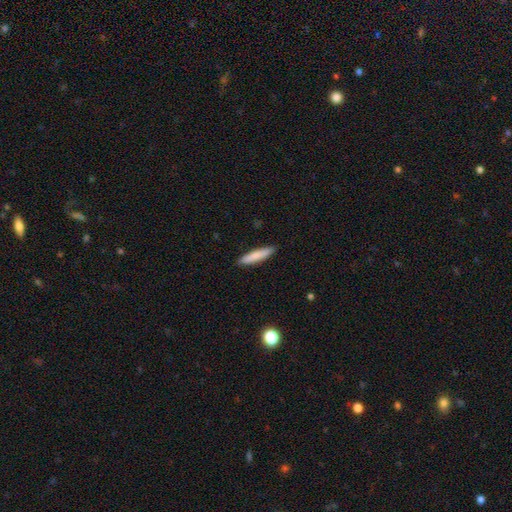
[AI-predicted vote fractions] smooth_or_featured: smooth (p=0.81) [alt: featured or disk p=0.13]
how_rounded: cigar-shaped (p=0.85) [alt: in between p=0.13]
merging: none (p=0.90) [alt: minor disturbance p=0.08]